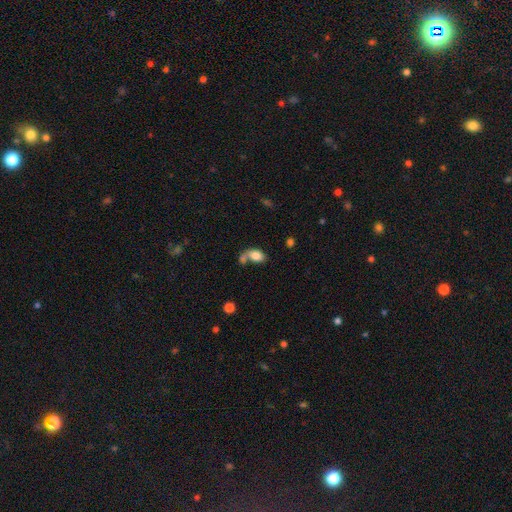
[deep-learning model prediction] Smooth or featured?
  - smooth: 79% *
  - featured or disk: 12%
  - star or artifact: 8%
How rounded?
  - in between: 87% *
  - round: 11%
  - cigar-shaped: 2%
Merging?
  - merger: 40% *
  - none: 34%
  - minor disturbance: 14%
  - major disturbance: 11%